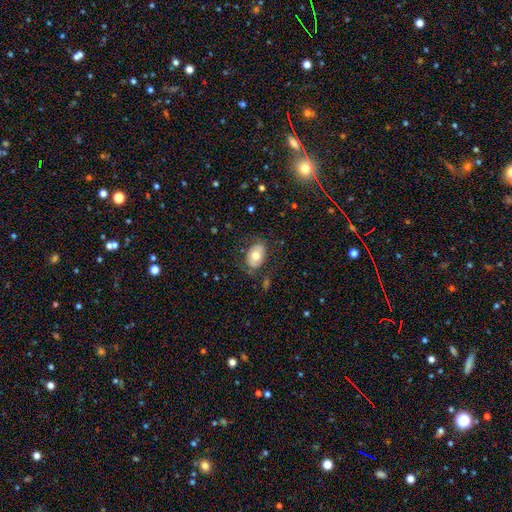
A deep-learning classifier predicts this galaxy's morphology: Overall: smooth (66%; featured or disk 27%). How rounded: in between (82%). Merging: none (76%).